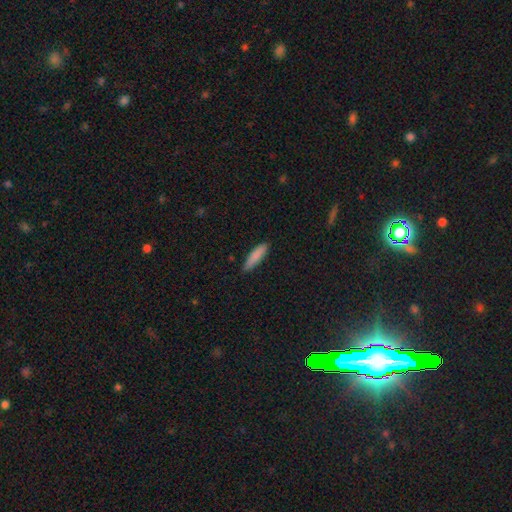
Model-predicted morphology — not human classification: Smooth or featured? Predicted: smooth (p=0.86). How rounded? Predicted: cigar-shaped (p=0.72). Merging? Predicted: none (p=0.83).